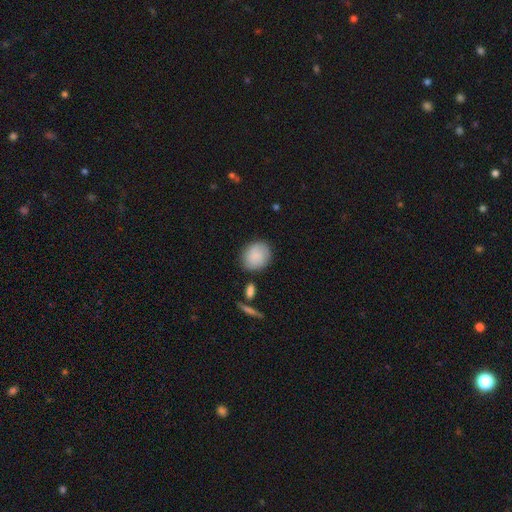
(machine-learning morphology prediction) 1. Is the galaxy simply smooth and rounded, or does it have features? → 83% smooth, 10% featured or disk, 7% star or artifact.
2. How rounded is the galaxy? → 68% round, 31% in between, 1% cigar-shaped.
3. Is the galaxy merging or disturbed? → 79% none, 14% minor disturbance, 4% major disturbance, 3% merger.